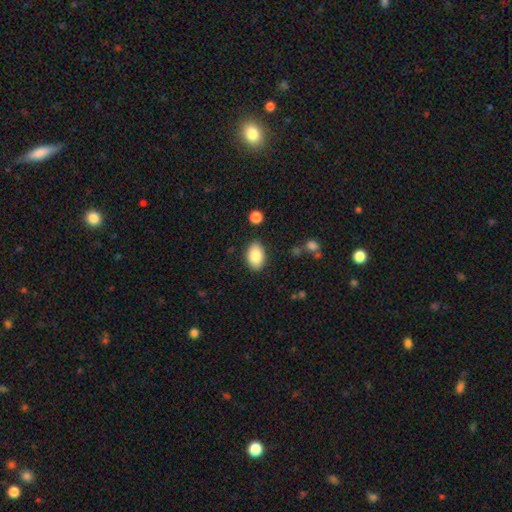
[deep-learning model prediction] smooth-or-featured: smooth: 86% | featured or disk: 7% | star or artifact: 7%
  how-rounded: in between: 89% | round: 9% | cigar-shaped: 1%
  merging: none: 87% | minor disturbance: 9% | major disturbance: 2% | merger: 2%